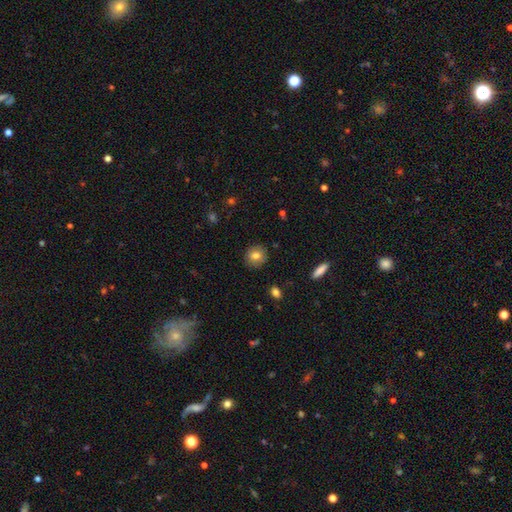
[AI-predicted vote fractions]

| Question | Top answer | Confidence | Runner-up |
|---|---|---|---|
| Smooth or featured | smooth | 79% | featured or disk (12%) |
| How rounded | round | 86% | in between (13%) |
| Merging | none | 89% | minor disturbance (8%) |